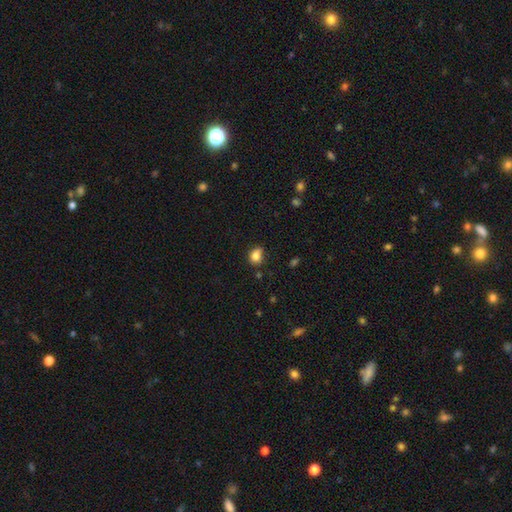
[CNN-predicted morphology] This appears to be a smooth galaxy with no disk features (84%) that is round (49%, tied with in between). Merging: none (61%).